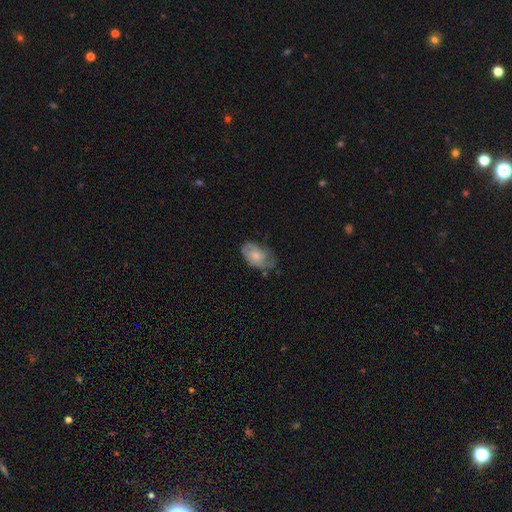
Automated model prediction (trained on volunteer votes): Smooth or featured? smooth (52%)
How rounded? in between (90%)
Merging? none (46%)